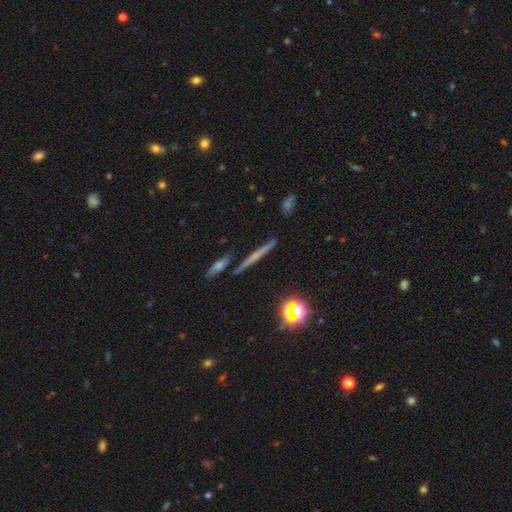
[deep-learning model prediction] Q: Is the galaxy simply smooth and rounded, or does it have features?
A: featured or disk — 49%.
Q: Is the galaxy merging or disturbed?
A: none — 82%.